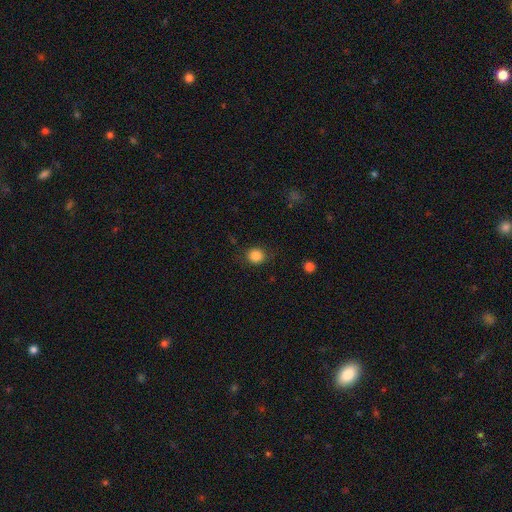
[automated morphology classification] A smooth galaxy with no disk features (85%) that is round (86%).

Vote fractions:
- Smooth or featured? smooth: 85% / star or artifact: 11% / featured or disk: 5%
- How rounded? round: 86% / in between: 14% / cigar-shaped: 1%
- Merging? none: 84% / minor disturbance: 11% / major disturbance: 4% / merger: 1%